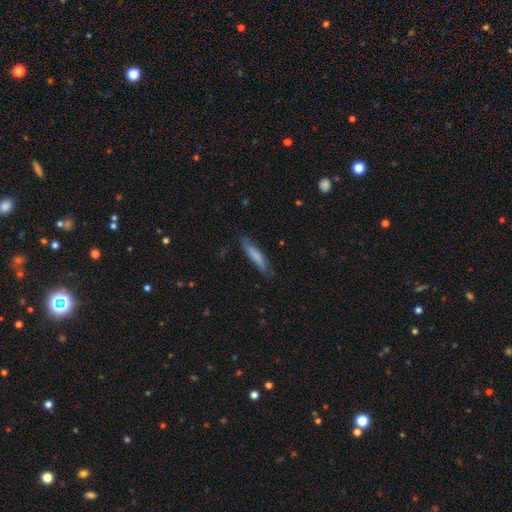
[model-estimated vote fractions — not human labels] smooth-or-featured: smooth: 75% | featured or disk: 19% | star or artifact: 6%
  how-rounded: cigar-shaped: 86% | in between: 13% | round: 1%
  merging: none: 78% | minor disturbance: 17% | major disturbance: 3% | merger: 1%